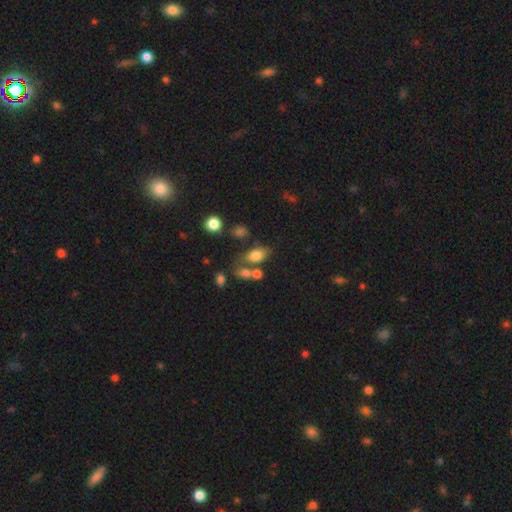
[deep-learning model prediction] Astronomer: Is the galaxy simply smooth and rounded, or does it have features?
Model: smooth — 76%.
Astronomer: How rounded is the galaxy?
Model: in between — 83%.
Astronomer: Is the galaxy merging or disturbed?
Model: none — 49% (runner-up: merger, 29%).